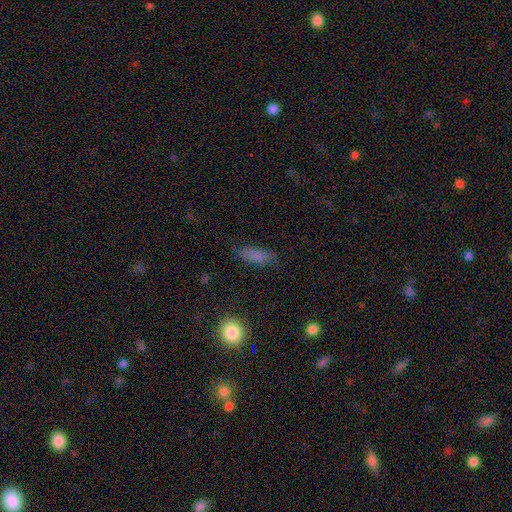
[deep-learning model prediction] This is likely a smooth galaxy (79%). How rounded: likely in between (72%). Merging: likely none (76%).